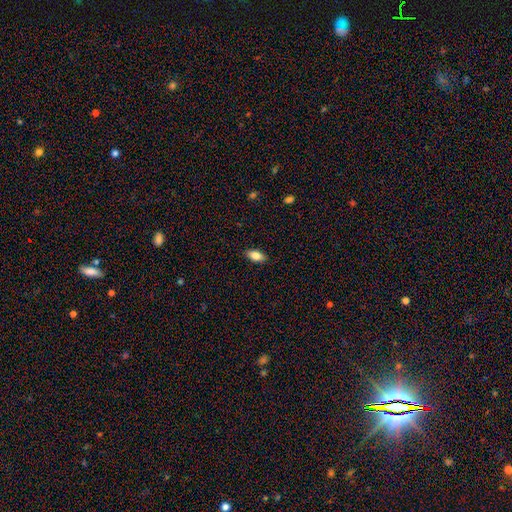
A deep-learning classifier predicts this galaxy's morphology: Smooth or featured: smooth — 82% (featured or disk — 10%)
How rounded: in between — 89% (cigar-shaped — 8%)
Merging: none — 88% (minor disturbance — 9%)